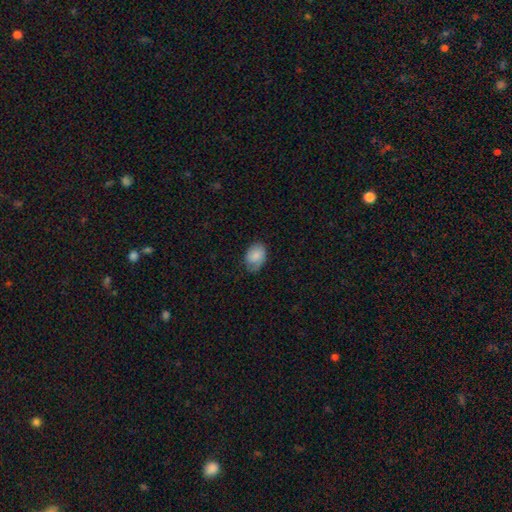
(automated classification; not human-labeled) smooth 81%, featured or disk 13%, star or artifact 7%. Down the decision tree: how rounded — in between (77%); merging — none (65%).